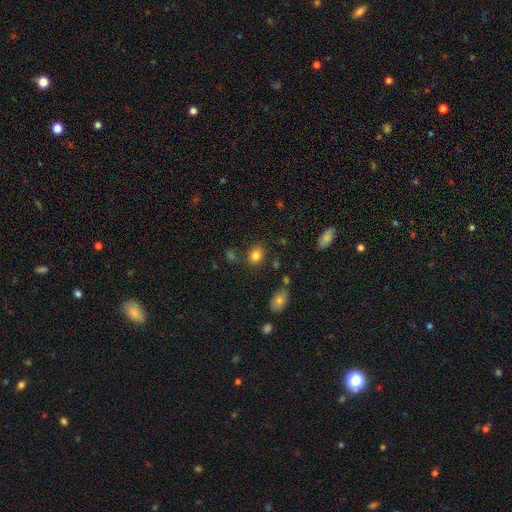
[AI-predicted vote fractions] Smooth or featured? Predicted: smooth (p=0.82). How rounded? Predicted: round (p=0.51). Merging? Predicted: none (p=0.77).